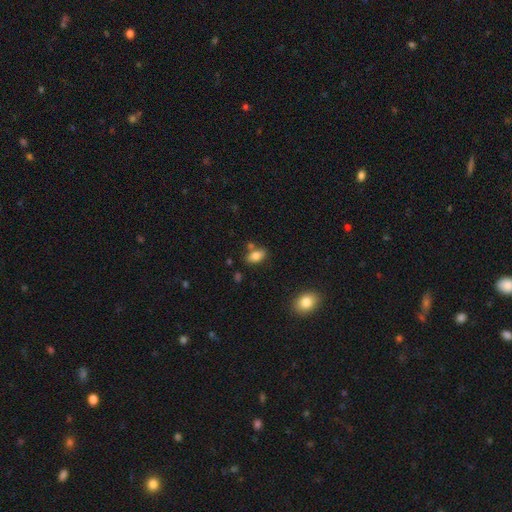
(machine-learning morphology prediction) Q: Smooth or featured?
A: smooth (79%); runner-up: featured or disk (12%)
Q: How rounded?
A: in between (89%); runner-up: round (7%)
Q: Merging?
A: none (71%); runner-up: minor disturbance (14%)